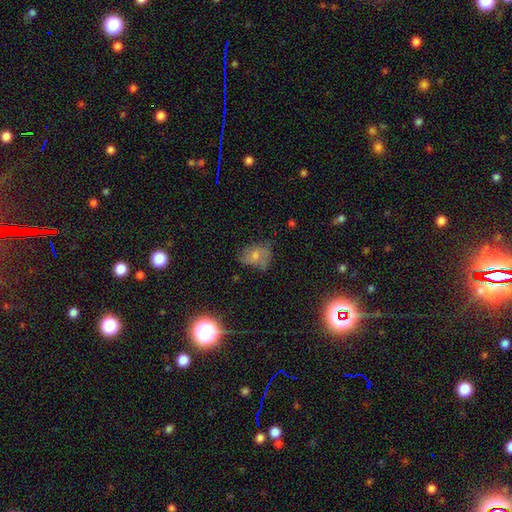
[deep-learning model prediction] Smooth or featured? Predicted: smooth (p=0.54). How rounded? Predicted: in between (p=0.62). Merging? Predicted: none (p=0.46).